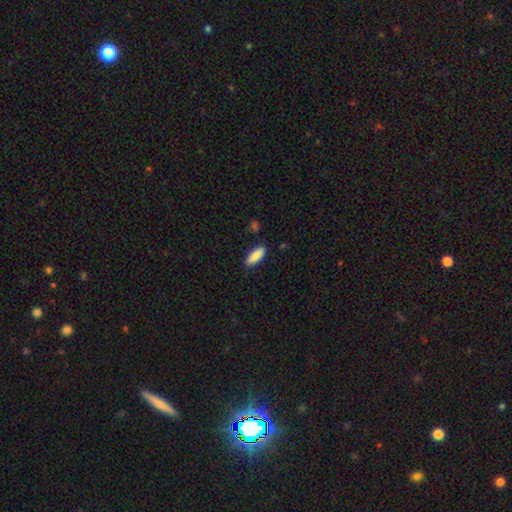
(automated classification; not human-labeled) smooth-or-featured: smooth: 87% | featured or disk: 7% | star or artifact: 6%
  how-rounded: in between: 65% | cigar-shaped: 33% | round: 2%
  merging: none: 85% | minor disturbance: 12% | major disturbance: 2% | merger: 2%